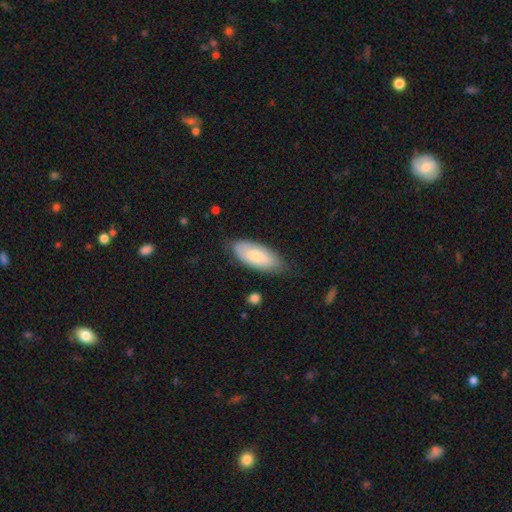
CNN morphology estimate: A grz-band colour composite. It shows a smooth galaxy with no disk features (75%) that is in between round and cigar-shaped (86%). Merging: none (72%).